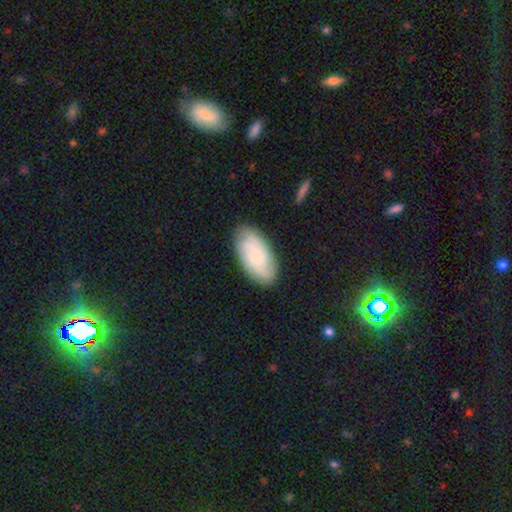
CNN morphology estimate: Q: Smooth or featured?
A: smooth (53%); runner-up: featured or disk (39%)
Q: How rounded?
A: in between (93%); runner-up: cigar-shaped (4%)
Q: Merging?
A: none (83%); runner-up: minor disturbance (13%)